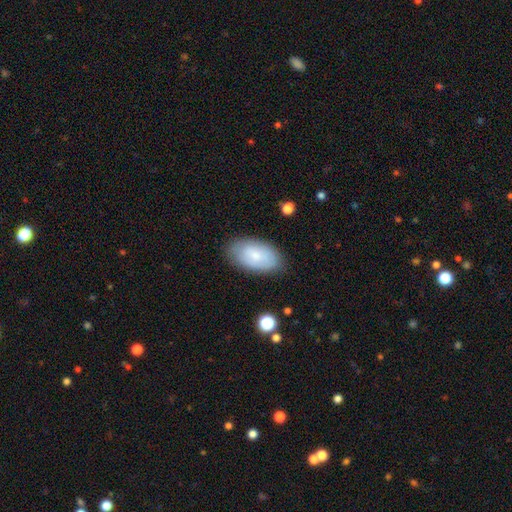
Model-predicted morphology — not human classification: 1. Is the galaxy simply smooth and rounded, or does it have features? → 75% smooth, 19% featured or disk, 7% star or artifact.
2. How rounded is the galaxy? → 95% in between, 3% round, 2% cigar-shaped.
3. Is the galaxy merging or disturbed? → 81% none, 14% minor disturbance, 3% major disturbance, 1% merger.